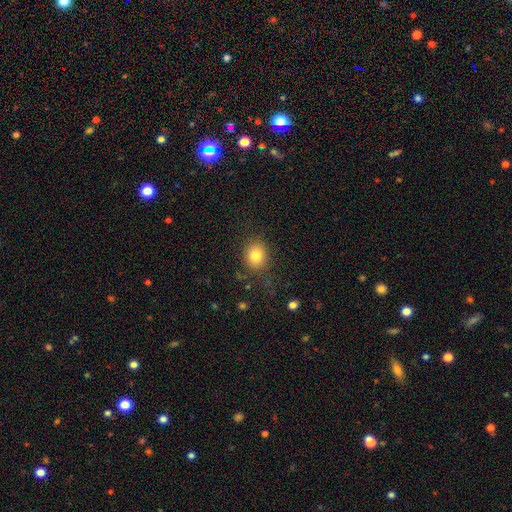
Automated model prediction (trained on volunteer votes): Overall: smooth (82%). How rounded: round (71%). Merging: none (80%).